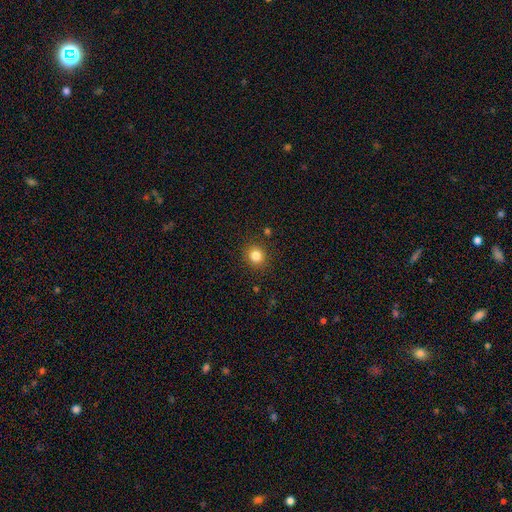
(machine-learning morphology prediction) smooth-or-featured: smooth: 82% | star or artifact: 12% | featured or disk: 5%
  how-rounded: round: 87% | in between: 12% | cigar-shaped: 1%
  merging: none: 89% | minor disturbance: 7% | major disturbance: 2% | merger: 2%